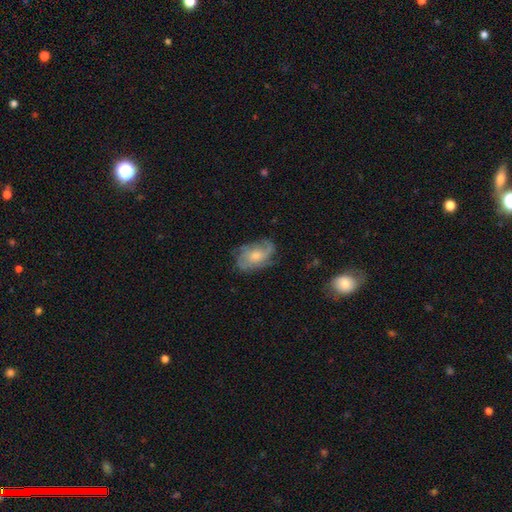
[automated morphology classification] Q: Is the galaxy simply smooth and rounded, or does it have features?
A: featured or disk — 68%.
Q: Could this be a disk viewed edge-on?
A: no — 96%.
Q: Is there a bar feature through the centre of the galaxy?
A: no — 75%.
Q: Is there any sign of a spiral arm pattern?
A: yes — 87%.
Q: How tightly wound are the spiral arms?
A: medium — 41%.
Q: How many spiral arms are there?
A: can't tell — 35%.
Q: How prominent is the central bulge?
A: moderate — 57%.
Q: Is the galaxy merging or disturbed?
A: none — 64%.